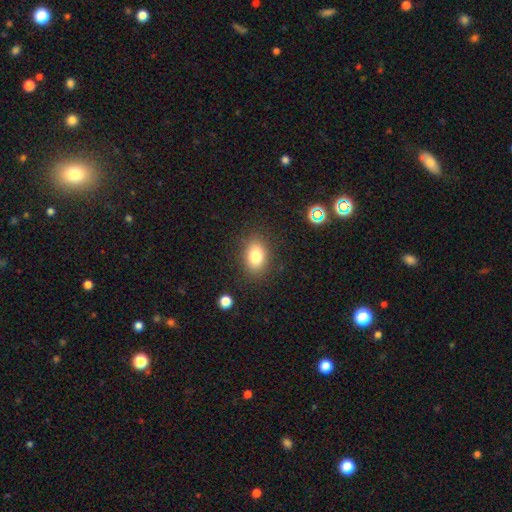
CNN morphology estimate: Smooth or featured? Predicted: smooth (p=0.80). How rounded? Predicted: in between (p=0.79). Merging? Predicted: none (p=0.85).